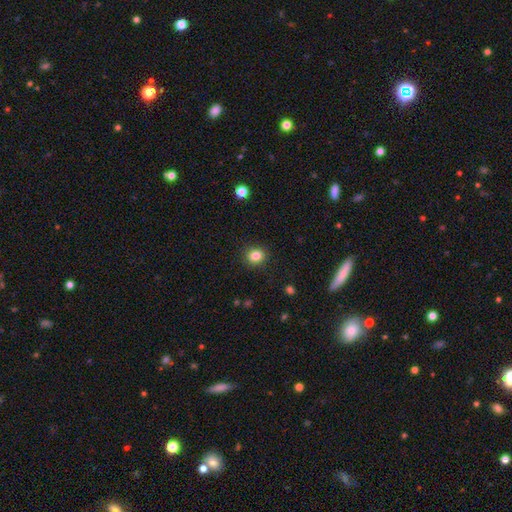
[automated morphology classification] This is clearly a smooth galaxy (84%). How rounded: likely round (77%). Merging: clearly none (90%).